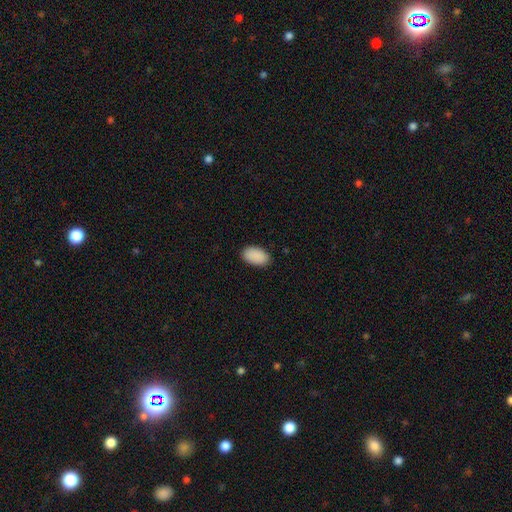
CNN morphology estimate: Smooth or featured? Predicted: smooth (p=0.91). How rounded? Predicted: in between (p=0.95). Merging? Predicted: none (p=0.88).